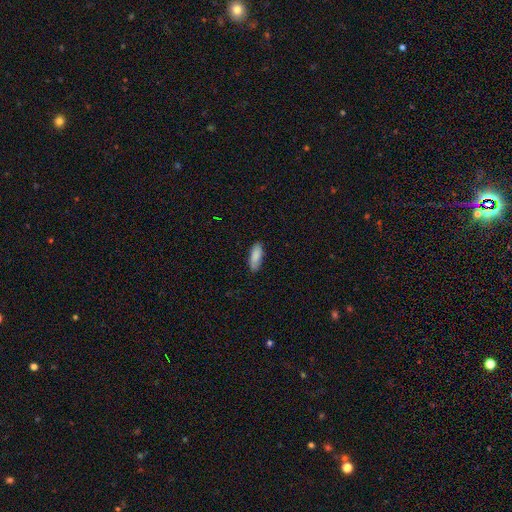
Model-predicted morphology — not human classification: Smooth or featured? smooth (87%)
How rounded? in between (71%)
Merging? none (84%)